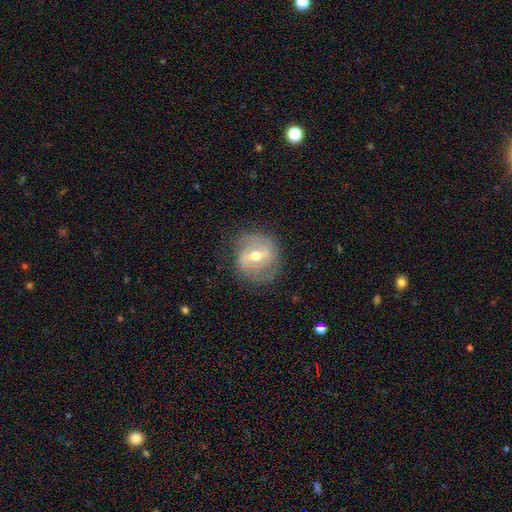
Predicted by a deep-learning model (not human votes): Smooth or featured? Predicted: featured or disk (p=0.72). Edge-on disk? Predicted: no (p=0.95). Bar? Predicted: weak (p=0.45). Spiral arms? Predicted: yes (p=0.71). Bulge size? Predicted: moderate (p=0.74). Merging? Predicted: none (p=0.71).